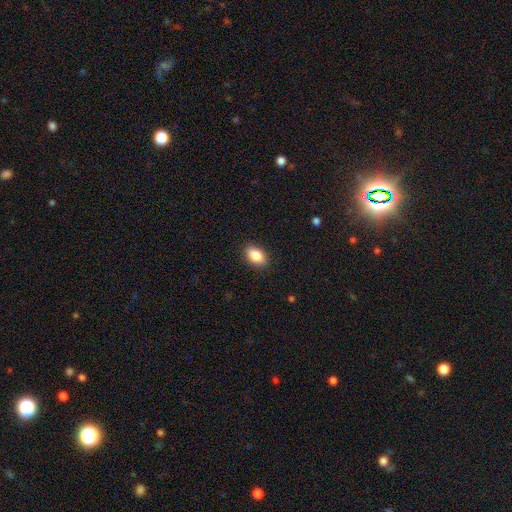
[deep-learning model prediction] A smooth galaxy with no disk features (87%) that is in between round and cigar-shaped (88%).

Vote fractions:
- Smooth or featured? smooth: 87% / star or artifact: 8% / featured or disk: 5%
- How rounded? in between: 88% / round: 11% / cigar-shaped: 1%
- Merging? none: 89% / minor disturbance: 8% / major disturbance: 2% / merger: 1%